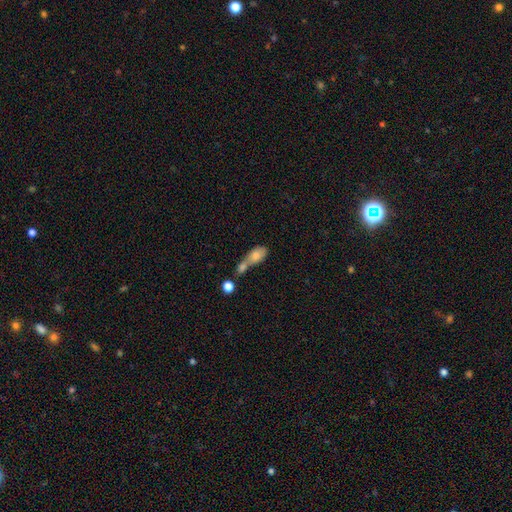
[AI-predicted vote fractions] Morphology: type=smooth (75%); roundness=in between (76%); merging=merger (66%).